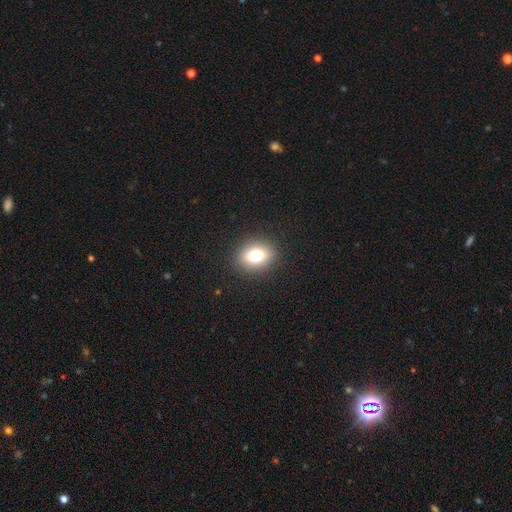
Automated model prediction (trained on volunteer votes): smooth_or_featured: smooth (p=0.78) [alt: star or artifact p=0.12]
how_rounded: round (p=0.50) [alt: in between p=0.49]
merging: none (p=0.90) [alt: minor disturbance p=0.07]